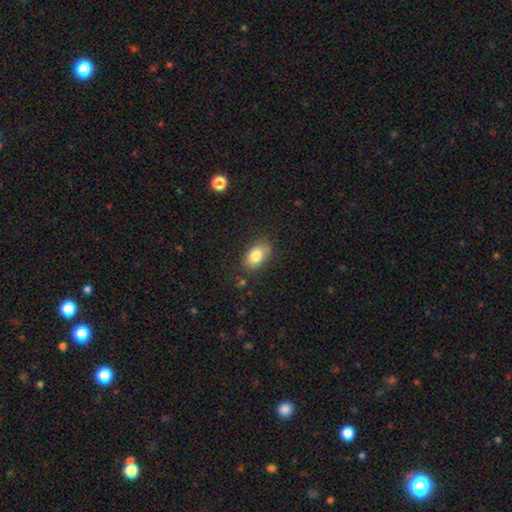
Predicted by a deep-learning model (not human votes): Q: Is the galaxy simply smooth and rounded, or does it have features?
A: smooth — 82%.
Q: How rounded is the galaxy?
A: in between — 89%.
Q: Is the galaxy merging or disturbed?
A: none — 81%.